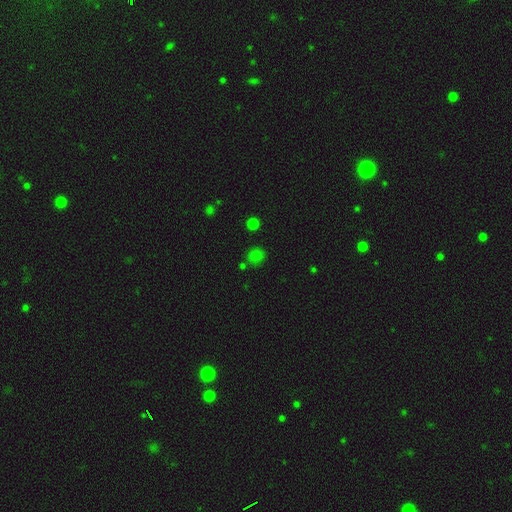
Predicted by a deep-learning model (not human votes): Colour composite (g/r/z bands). It shows a smooth galaxy with no disk features (71%) that is round (83%). Merging: none (76%).